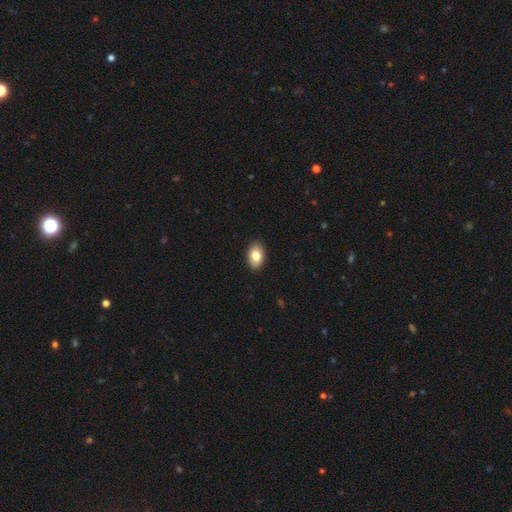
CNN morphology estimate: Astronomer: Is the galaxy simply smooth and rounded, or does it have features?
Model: smooth — 83%.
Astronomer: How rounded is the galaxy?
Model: in between — 90%.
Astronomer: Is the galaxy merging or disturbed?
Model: none — 90%.